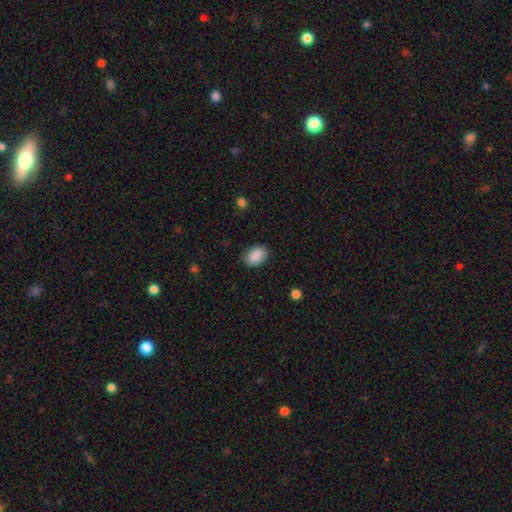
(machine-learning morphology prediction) type=smooth (88%); roundness=in between (86%); merging=none (85%).